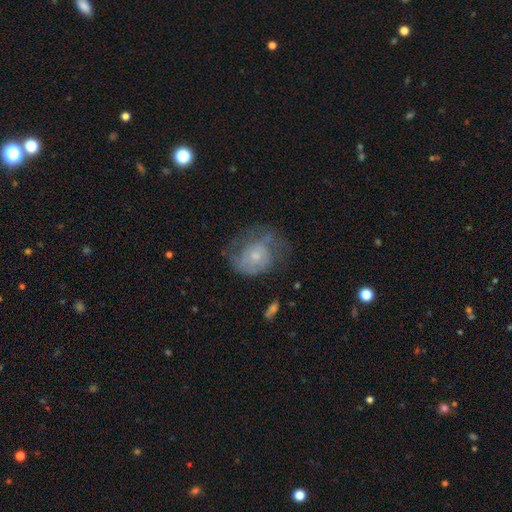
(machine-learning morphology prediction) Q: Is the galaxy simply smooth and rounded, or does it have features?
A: featured or disk — 58%.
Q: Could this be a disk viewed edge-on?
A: no — 97%.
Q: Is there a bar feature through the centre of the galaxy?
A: no — 82%.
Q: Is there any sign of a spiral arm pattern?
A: yes — 67%.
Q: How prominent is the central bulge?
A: small — 63%.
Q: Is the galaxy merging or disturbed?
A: none — 43%.